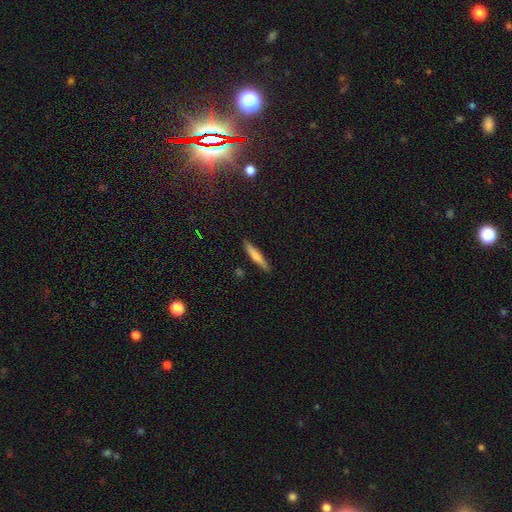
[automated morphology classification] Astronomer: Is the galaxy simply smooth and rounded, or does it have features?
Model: smooth — 65%.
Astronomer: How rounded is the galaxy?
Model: cigar-shaped — 91%.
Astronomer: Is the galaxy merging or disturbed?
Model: none — 89%.